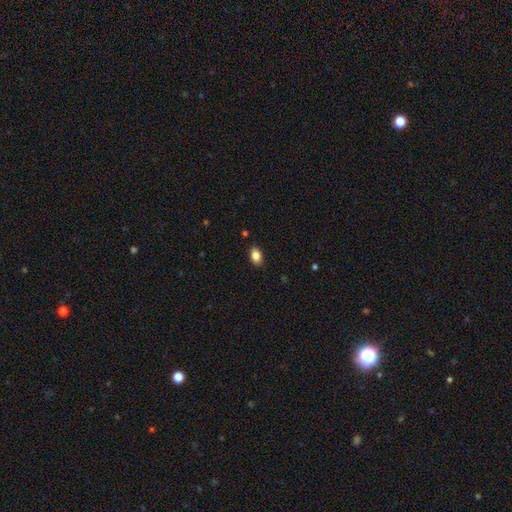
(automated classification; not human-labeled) This appears to be a smooth galaxy with no disk features (86%) that is in between round and cigar-shaped (85%). Merging: none (87%).